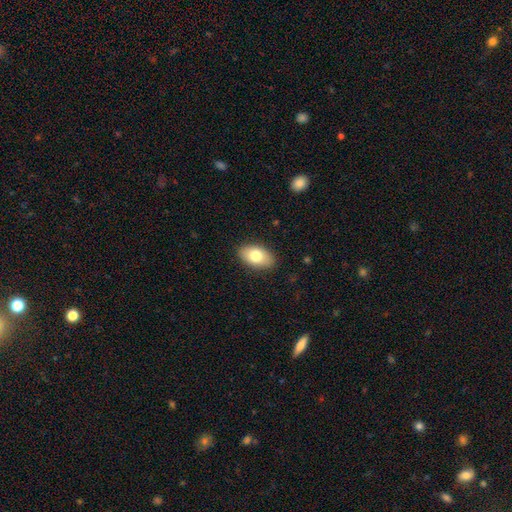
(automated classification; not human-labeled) Smooth or featured: smooth — 78% (featured or disk — 16%)
How rounded: in between — 93% (round — 5%)
Merging: none — 88% (minor disturbance — 9%)